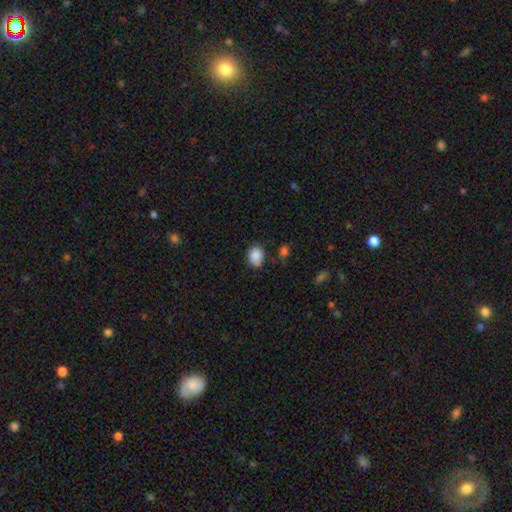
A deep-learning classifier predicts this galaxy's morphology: Smooth or featured?
  - smooth: 88% *
  - star or artifact: 8%
  - featured or disk: 4%
How rounded?
  - in between: 52% *
  - round: 47%
  - cigar-shaped: 1%
Merging?
  - none: 73% *
  - minor disturbance: 20%
  - major disturbance: 4%
  - merger: 3%